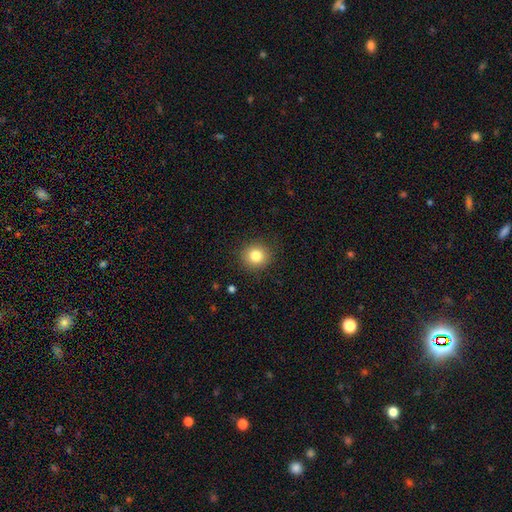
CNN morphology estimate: The model was most divided on "smooth or featured": smooth: 82%, star or artifact: 11%, featured or disk: 7%. More confident: how rounded — round (90%); merging — none (89%).